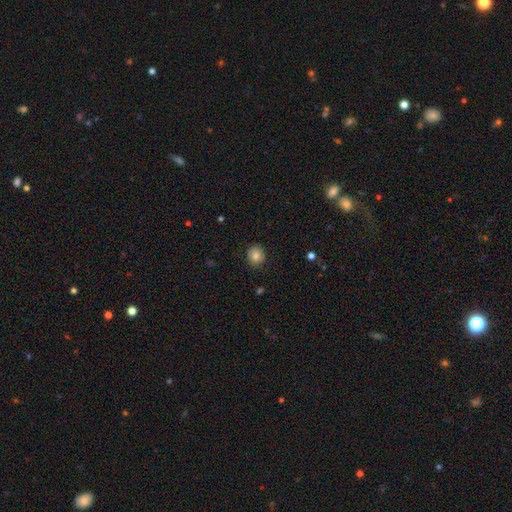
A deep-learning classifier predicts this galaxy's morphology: Smooth or featured? smooth (79%)
How rounded? round (83%)
Merging? none (86%)